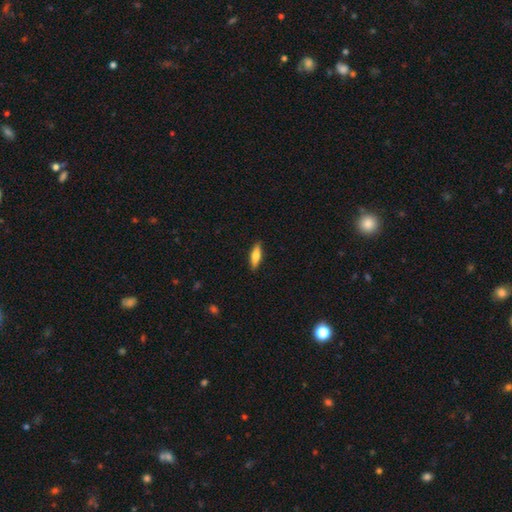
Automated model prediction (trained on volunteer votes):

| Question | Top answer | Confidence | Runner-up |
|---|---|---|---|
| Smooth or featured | smooth | 70% | featured or disk (24%) |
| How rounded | cigar-shaped | 53% | in between (45%) |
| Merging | none | 88% | minor disturbance (9%) |